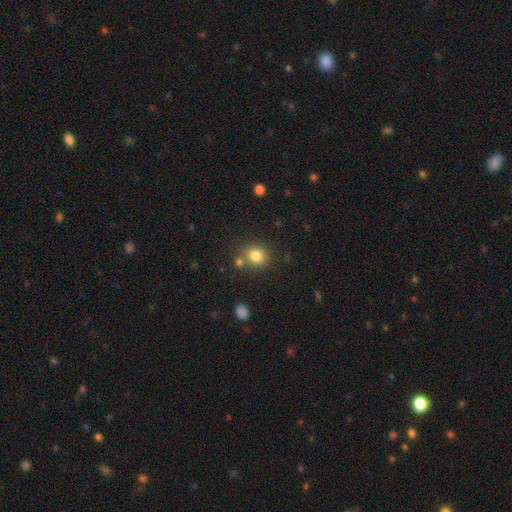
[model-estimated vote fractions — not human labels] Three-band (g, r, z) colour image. It shows a smooth galaxy with no disk features (81%) that is round (77%). Merging: none (73%).